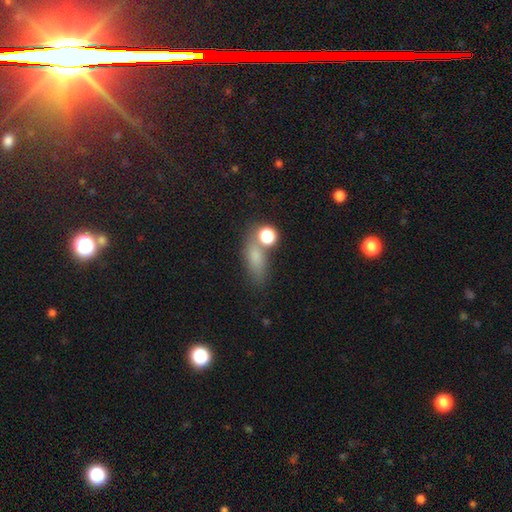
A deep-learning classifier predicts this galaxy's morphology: A smooth galaxy with no disk features (71%) that is in between round and cigar-shaped (59%). Merging: none (56%).